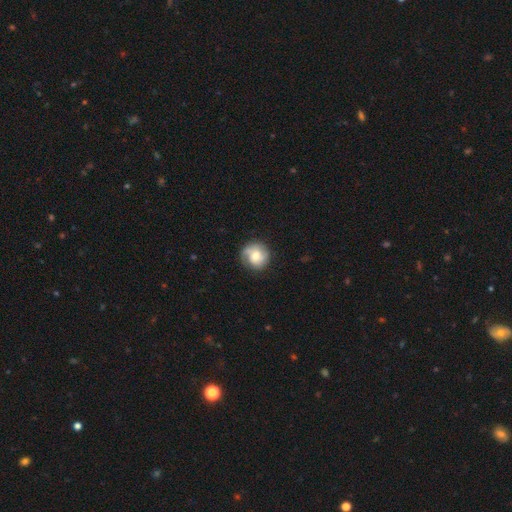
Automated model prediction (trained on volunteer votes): Morphology: type=smooth (48%); merging=none (75%).